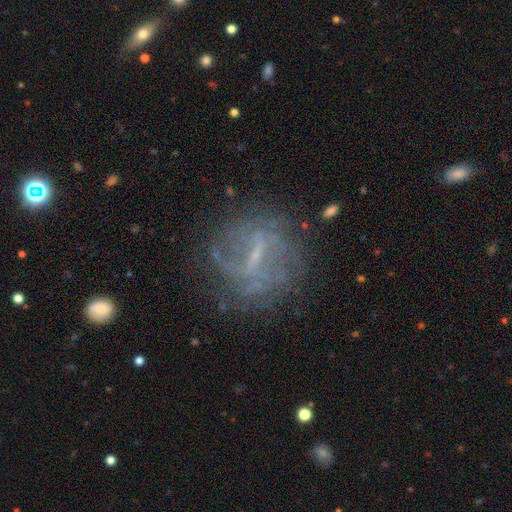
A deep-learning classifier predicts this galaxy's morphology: This is likely a featured or disk galaxy (71%). It is clearly not viewed edge-on (94%). Bar: possibly weak (47%). Spiral arm pattern: likely yes (62%). Central bulge: likely small (64%). Merging: likely none (70%).